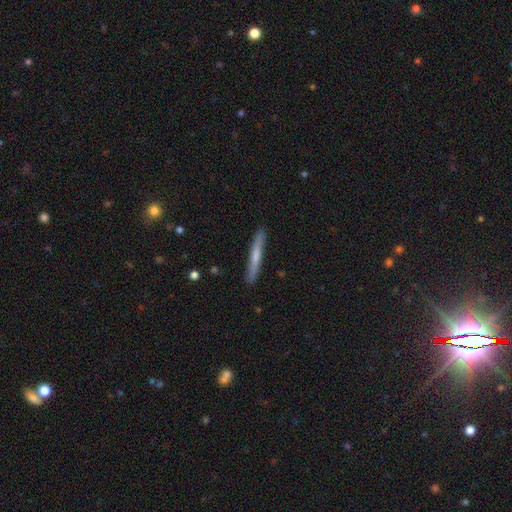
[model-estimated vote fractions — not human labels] A smooth galaxy with no disk features (54%) that is cigar-shaped (96%).

Vote fractions:
- Smooth or featured? smooth: 54% / featured or disk: 41% / star or artifact: 6%
- How rounded? cigar-shaped: 96% / in between: 3% / round: 1%
- Merging? none: 90% / minor disturbance: 8% / major disturbance: 1% / merger: 1%